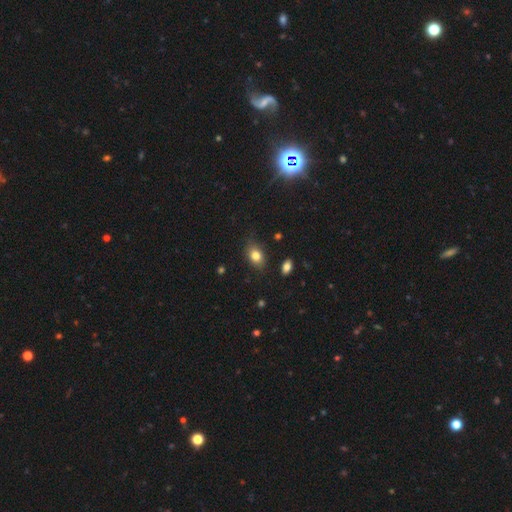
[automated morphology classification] smooth 80%, featured or disk 10%, star or artifact 10%. Down the decision tree: how rounded — in between (78%); merging — none (78%).